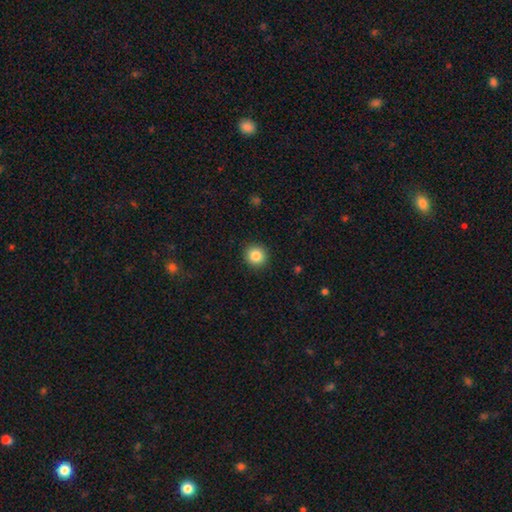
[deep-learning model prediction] This appears to be a smooth galaxy with no disk features (85%) that is round (93%). Merging: none (92%).